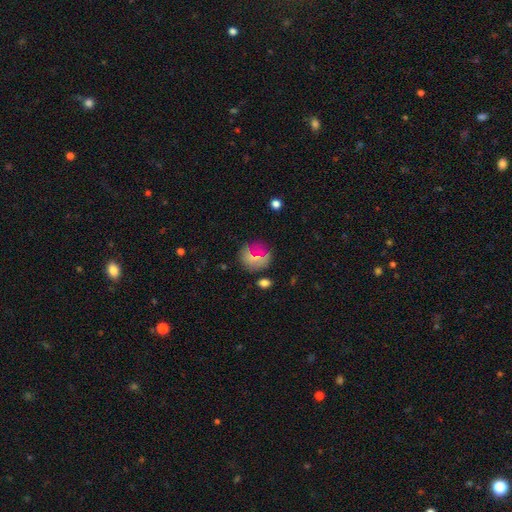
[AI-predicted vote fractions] smooth-or-featured: smooth: 63% | featured or disk: 23% | star or artifact: 13%
  how-rounded: round: 84% | in between: 14% | cigar-shaped: 1%
  merging: none: 68% | minor disturbance: 18% | major disturbance: 7% | merger: 7%